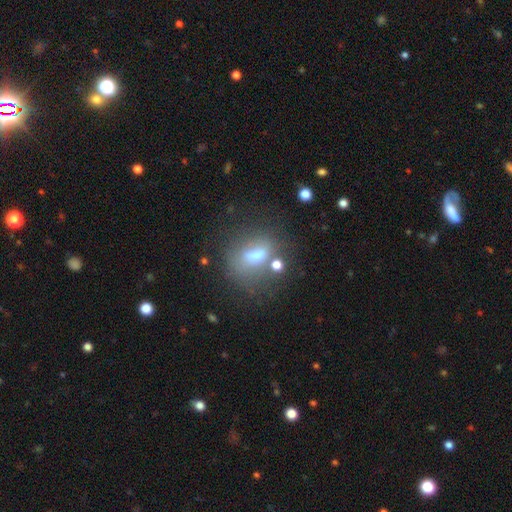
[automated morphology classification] Q: Smooth or featured?
A: smooth (61%); runner-up: featured or disk (25%)
Q: How rounded?
A: in between (63%); runner-up: round (30%)
Q: Merging?
A: none (49%); runner-up: minor disturbance (20%)